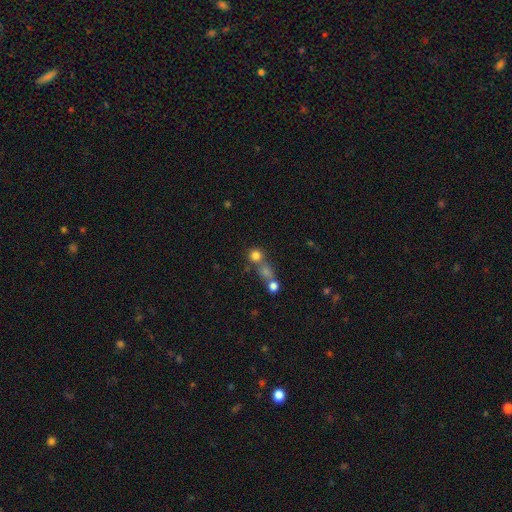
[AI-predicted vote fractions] Morphology: type=smooth (75%); roundness=round (88%); merging=none (54%).